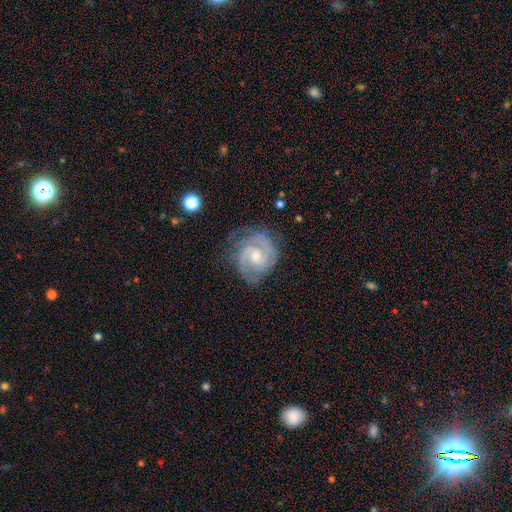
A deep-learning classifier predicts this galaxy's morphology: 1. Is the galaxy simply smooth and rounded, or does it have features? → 87% featured or disk, 7% smooth, 6% star or artifact.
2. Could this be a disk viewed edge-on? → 98% no, 2% yes.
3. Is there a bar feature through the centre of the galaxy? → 50% no, 42% weak, 8% strong.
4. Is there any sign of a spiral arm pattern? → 97% yes, 3% no.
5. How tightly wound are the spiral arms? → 59% tight, 35% medium, 6% loose.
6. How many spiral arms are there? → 65% 2, 15% 3, 12% can't tell, 3% 1, 3% 4, 2% more than 4.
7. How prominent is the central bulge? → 53% moderate, 43% small, 2% large, 2% none, 1% dominant.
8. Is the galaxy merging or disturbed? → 69% none, 21% minor disturbance, 8% major disturbance, 1% merger.